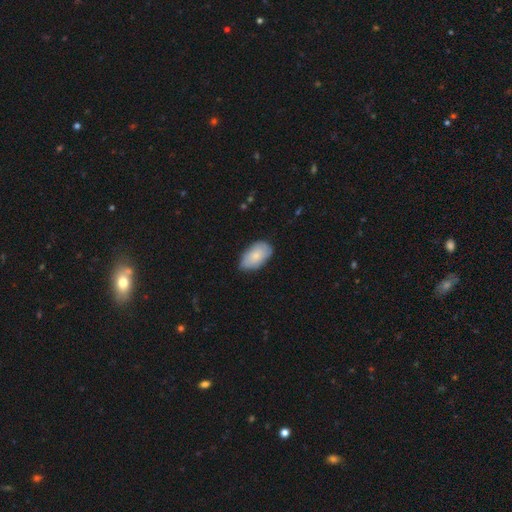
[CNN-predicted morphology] Smooth or featured: smooth — 78% (featured or disk — 16%)
How rounded: in between — 94% (round — 4%)
Merging: none — 75% (minor disturbance — 21%)